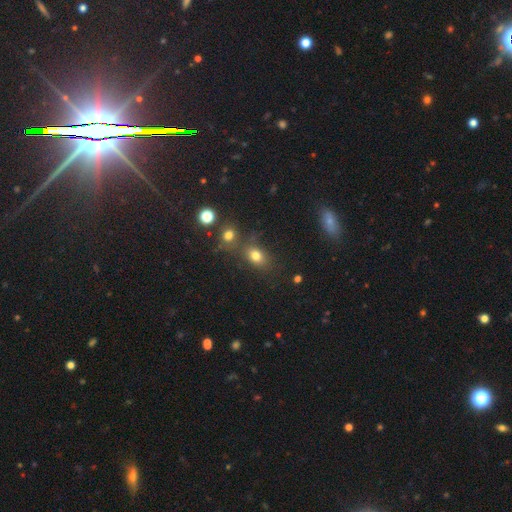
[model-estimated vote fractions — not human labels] Overall: smooth (75%). How rounded: in between (64%; round 34%). Merging: none (64%).